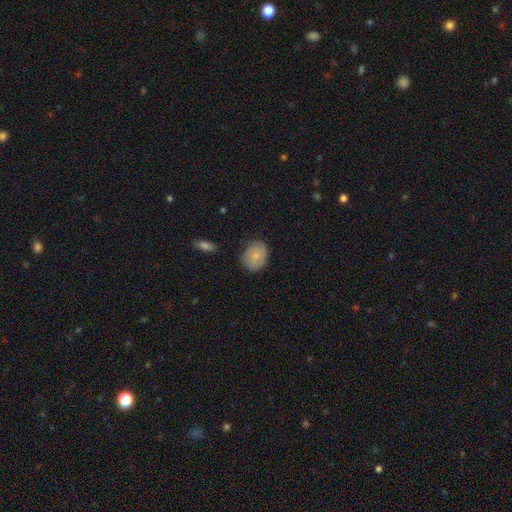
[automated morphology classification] This appears to be a smooth galaxy with no disk features (77%) that is in between round and cigar-shaped (50%). Merging: none (76%).